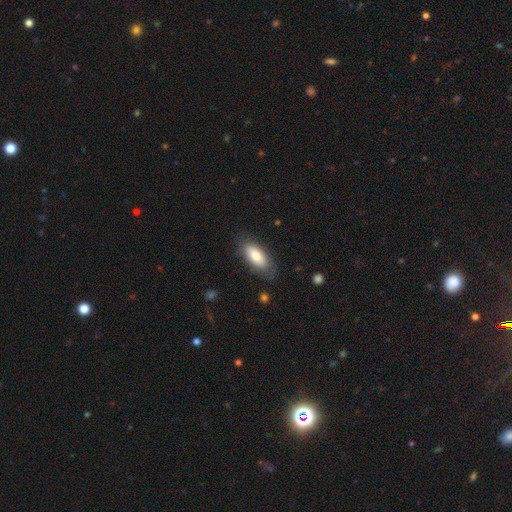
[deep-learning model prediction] This appears to be a smooth galaxy with no disk features (82%) that is in between round and cigar-shaped (84%). Merging: none (78%).